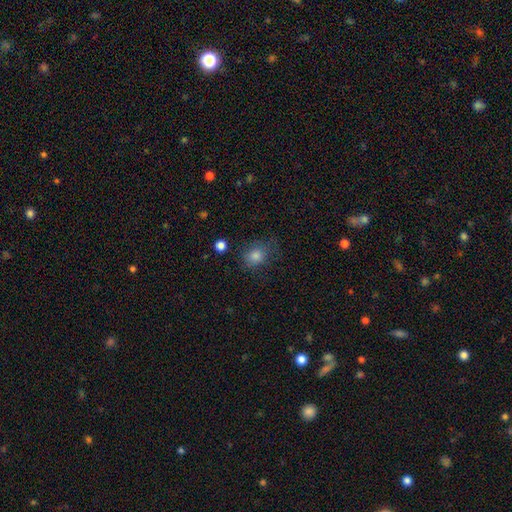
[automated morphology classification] This appears to be a smooth galaxy with no disk features (79%) that is round (57%). Merging: none (71%).